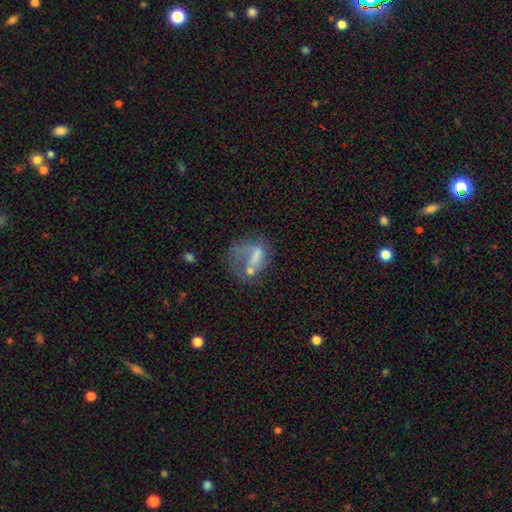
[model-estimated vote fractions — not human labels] A featured or disk galaxy (47%).

Vote fractions:
- Smooth or featured? featured or disk: 47% / smooth: 40% / star or artifact: 13%
- Merging? major disturbance: 42% / none: 28% / minor disturbance: 16% / merger: 14%